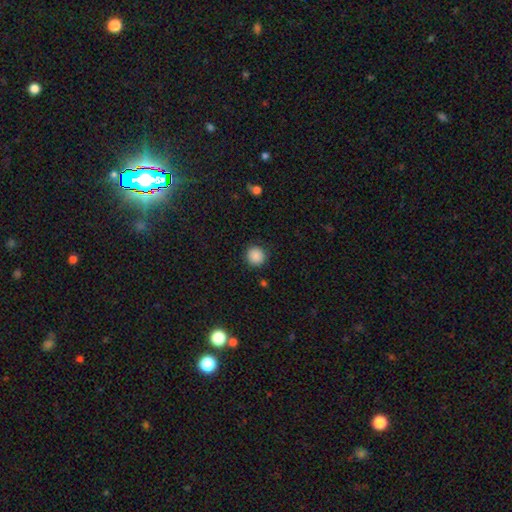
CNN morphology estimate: Q: Smooth or featured?
A: smooth (88%); runner-up: star or artifact (9%)
Q: How rounded?
A: round (93%); runner-up: in between (6%)
Q: Merging?
A: none (89%); runner-up: minor disturbance (7%)